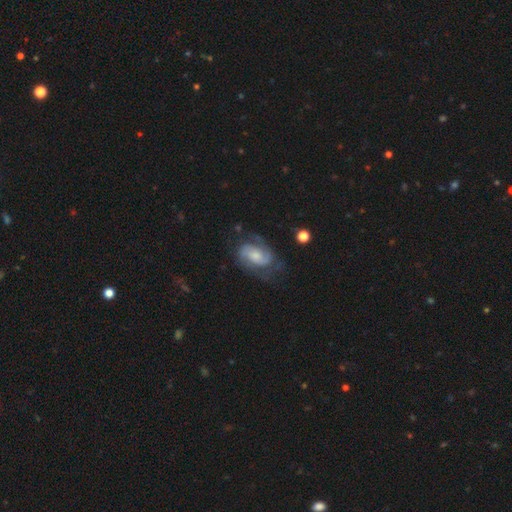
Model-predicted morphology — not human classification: Q: Smooth or featured?
A: featured or disk (79%); runner-up: smooth (15%)
Q: Edge-on disk?
A: no (97%); runner-up: yes (3%)
Q: Bar?
A: no (56%); runner-up: weak (36%)
Q: Spiral arms?
A: yes (94%); runner-up: no (6%)
Q: Spiral winding?
A: medium (48%); runner-up: tight (34%)
Q: Spiral arm count?
A: 2 (81%); runner-up: can't tell (9%)
Q: Bulge size?
A: small (44%); runner-up: moderate (38%)
Q: Merging?
A: none (62%); runner-up: minor disturbance (22%)